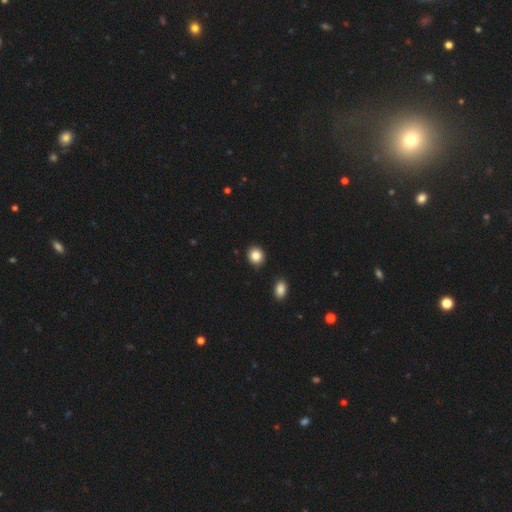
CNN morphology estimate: smooth-or-featured: smooth: 86% | star or artifact: 9% | featured or disk: 5%
  how-rounded: round: 79% | in between: 21% | cigar-shaped: 1%
  merging: none: 89% | minor disturbance: 7% | merger: 2% | major disturbance: 2%